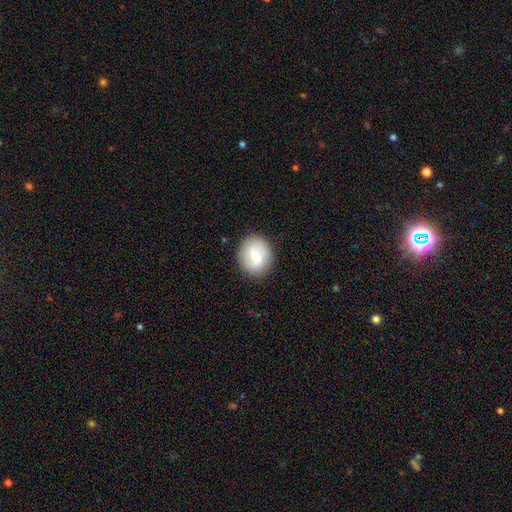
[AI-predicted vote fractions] Smooth or featured?
  - smooth: 55% *
  - featured or disk: 39%
  - star or artifact: 7%
How rounded?
  - round: 65% *
  - in between: 34%
  - cigar-shaped: 1%
Merging?
  - none: 85% *
  - minor disturbance: 11%
  - major disturbance: 3%
  - merger: 1%